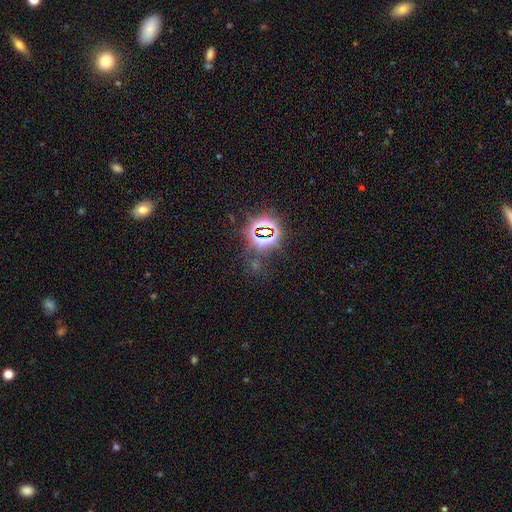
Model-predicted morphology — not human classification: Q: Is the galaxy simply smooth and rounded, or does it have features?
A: star or artifact — 77%.